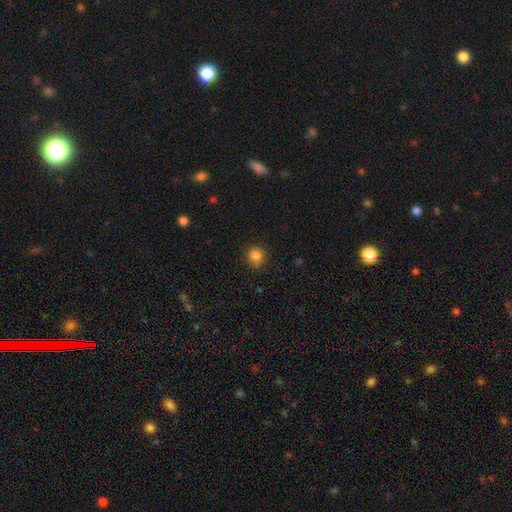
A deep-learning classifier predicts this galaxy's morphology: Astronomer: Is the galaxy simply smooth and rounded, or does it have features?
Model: smooth — 85%.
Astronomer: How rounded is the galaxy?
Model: round — 84%.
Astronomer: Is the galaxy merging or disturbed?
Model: none — 81%.